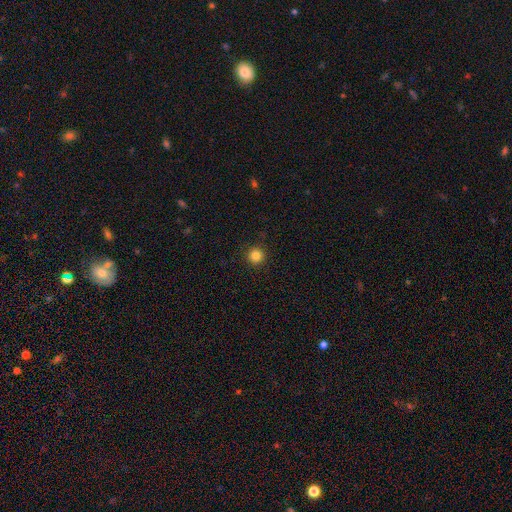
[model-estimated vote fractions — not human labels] The model was most divided on "smooth or featured": smooth: 84%, star or artifact: 12%, featured or disk: 4%. More confident: how rounded — round (96%); merging — none (93%).